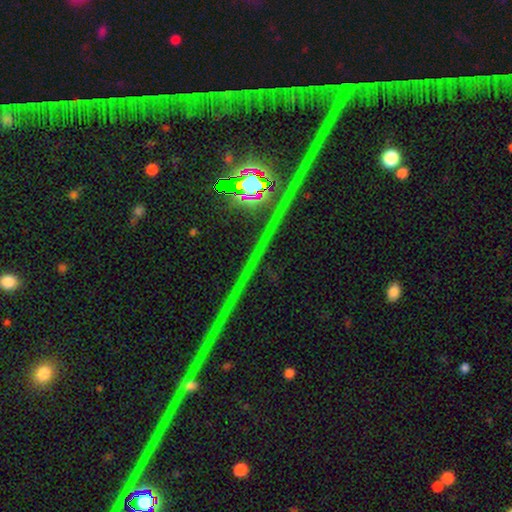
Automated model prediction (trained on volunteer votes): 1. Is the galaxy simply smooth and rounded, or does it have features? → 84% star or artifact, 10% featured or disk, 6% smooth.